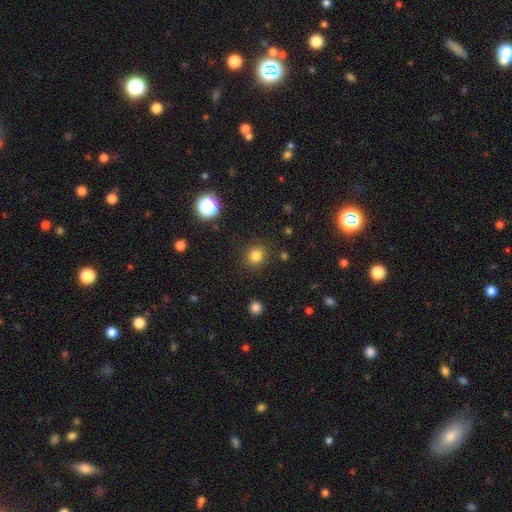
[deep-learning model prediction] Smooth or featured? Predicted: smooth (p=0.81). How rounded? Predicted: round (p=0.87). Merging? Predicted: none (p=0.89).